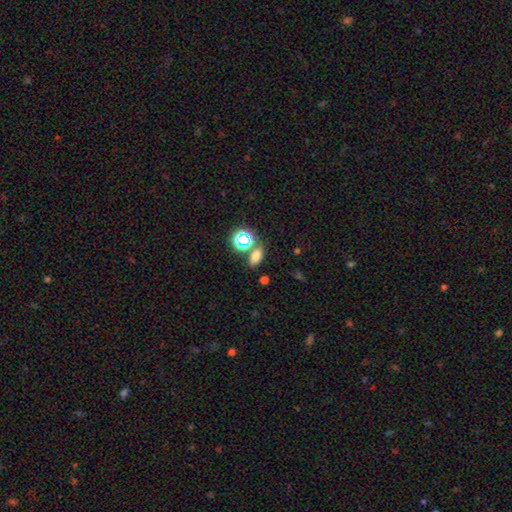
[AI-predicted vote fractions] Q: Smooth or featured?
A: smooth (66%); runner-up: star or artifact (24%)
Q: How rounded?
A: in between (79%); runner-up: round (16%)
Q: Merging?
A: none (74%); runner-up: merger (13%)